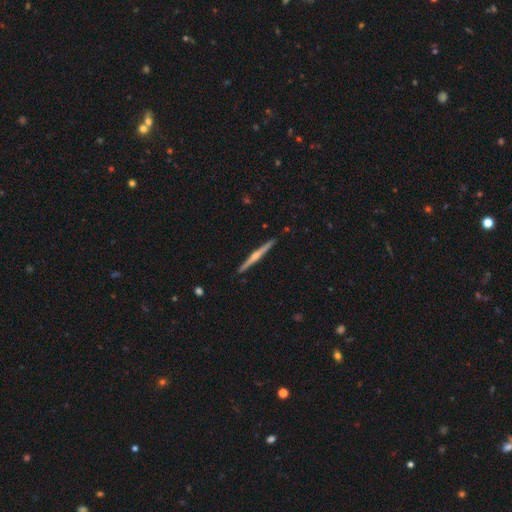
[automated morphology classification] Overall: featured or disk (76%). Edge-on disk: yes (99%). Edge-on bulge: rounded (87%). Merging: none (92%).